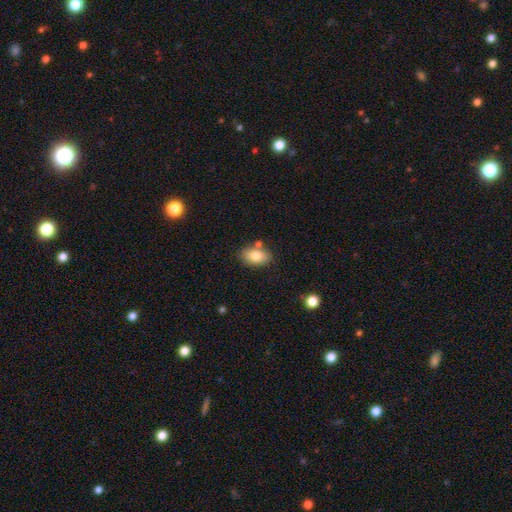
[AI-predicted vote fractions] Smooth or featured?
  - smooth: 82% *
  - featured or disk: 11%
  - star or artifact: 8%
How rounded?
  - in between: 90% *
  - round: 9%
  - cigar-shaped: 2%
Merging?
  - none: 75% *
  - minor disturbance: 13%
  - merger: 9%
  - major disturbance: 3%